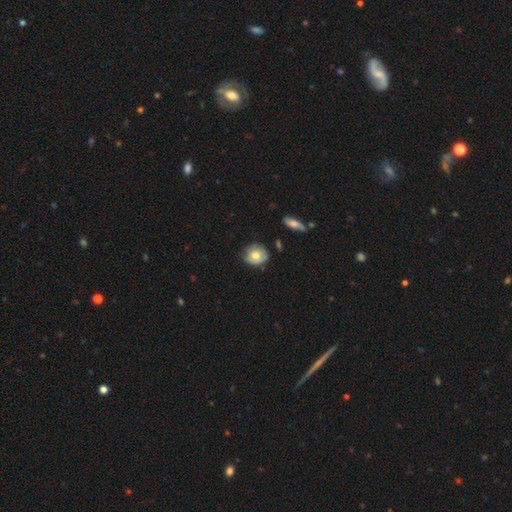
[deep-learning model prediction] Morphology: type=smooth (66%); roundness=round (76%); merging=none (65%).